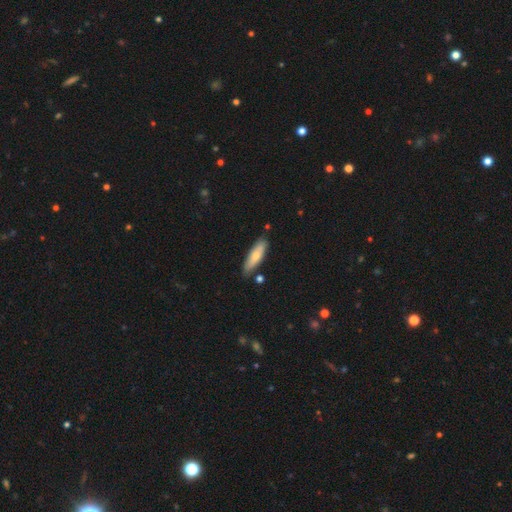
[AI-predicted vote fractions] A smooth galaxy with no disk features (69%) that is cigar-shaped (59%). Merging: none (80%).